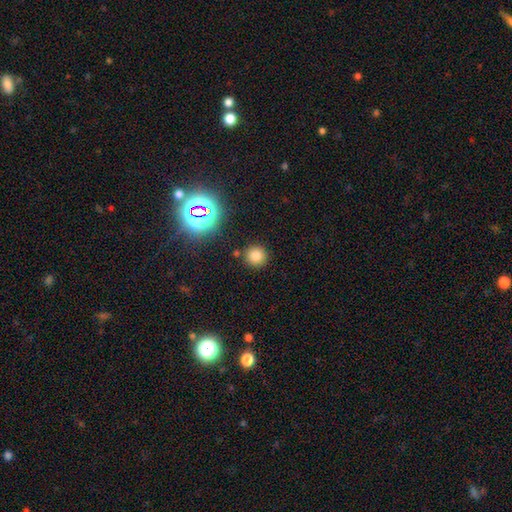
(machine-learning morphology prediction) Overall: smooth (77%). How rounded: round (94%). Merging: none (86%).